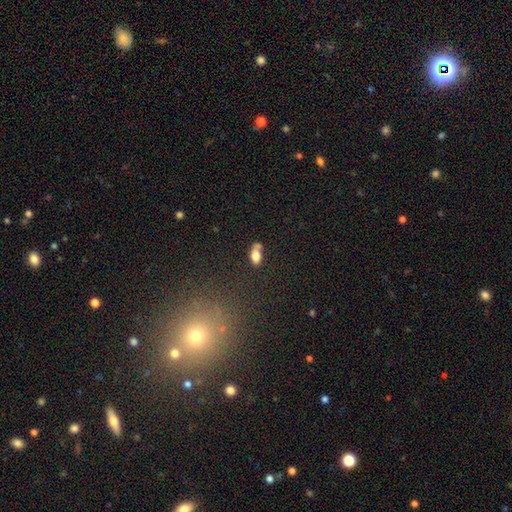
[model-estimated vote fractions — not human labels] A smooth galaxy with no disk features (78%) that is in between round and cigar-shaped (89%).

Vote fractions:
- Smooth or featured? smooth: 78% / featured or disk: 13% / star or artifact: 9%
- How rounded? in between: 89% / round: 7% / cigar-shaped: 5%
- Merging? none: 43% / merger: 29% / minor disturbance: 19% / major disturbance: 9%